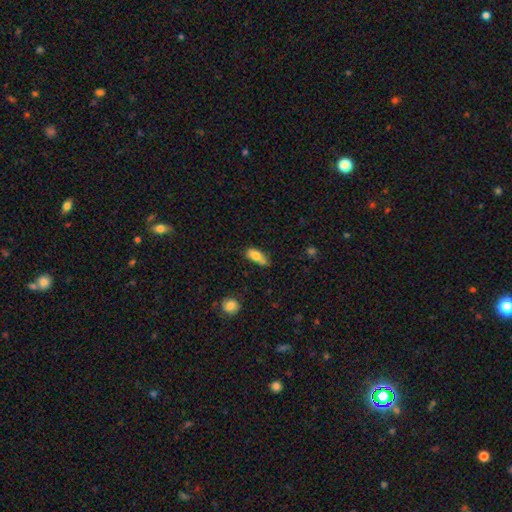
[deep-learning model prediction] Overall: smooth (78%). How rounded: in between (82%). Merging: none (47%; minor disturbance 32%).